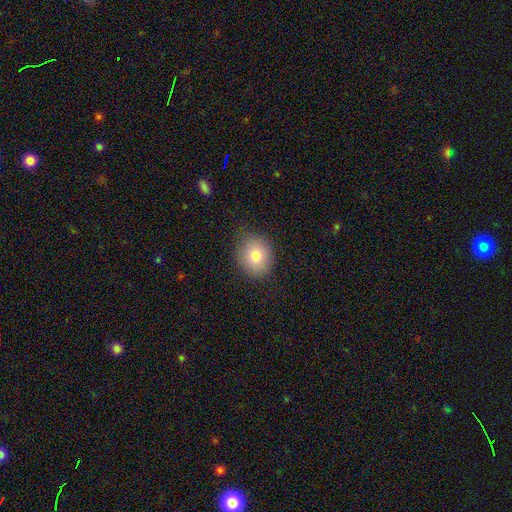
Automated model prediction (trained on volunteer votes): smooth_or_featured: smooth (p=0.80) [alt: star or artifact p=0.10]
how_rounded: round (p=0.72) [alt: in between p=0.27]
merging: none (p=0.81) [alt: minor disturbance p=0.15]